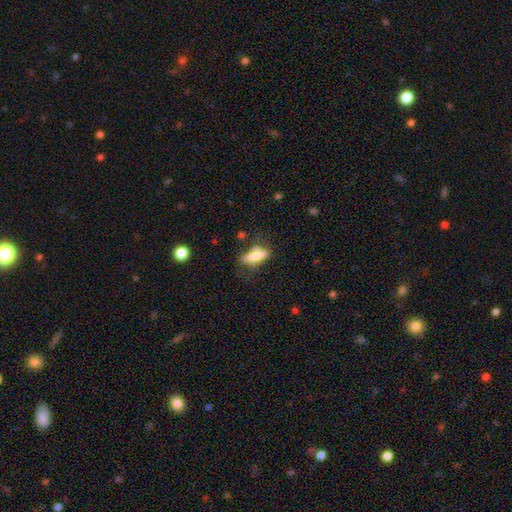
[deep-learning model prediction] smooth_or_featured: smooth (p=0.67) [alt: featured or disk p=0.25]
how_rounded: cigar-shaped (p=0.58) [alt: in between p=0.39]
merging: none (p=0.57) [alt: minor disturbance p=0.23]